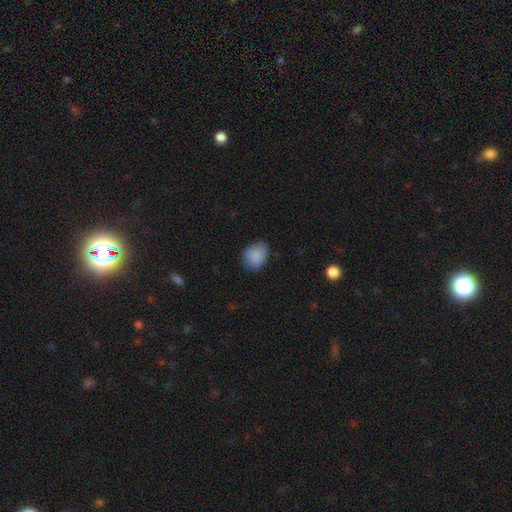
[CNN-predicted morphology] Smooth or featured? Predicted: smooth (p=0.87). How rounded? Predicted: in between (p=0.56). Merging? Predicted: none (p=0.73).